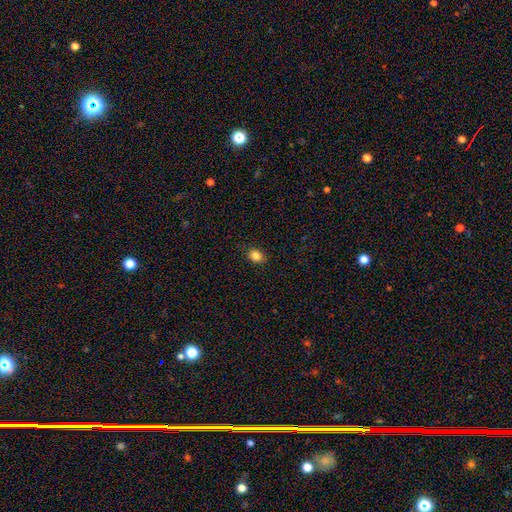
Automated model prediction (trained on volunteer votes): Smooth or featured?
  - smooth: 84% *
  - star or artifact: 11%
  - featured or disk: 5%
How rounded?
  - in between: 57% *
  - round: 42%
  - cigar-shaped: 1%
Merging?
  - none: 88% *
  - minor disturbance: 9%
  - major disturbance: 2%
  - merger: 1%